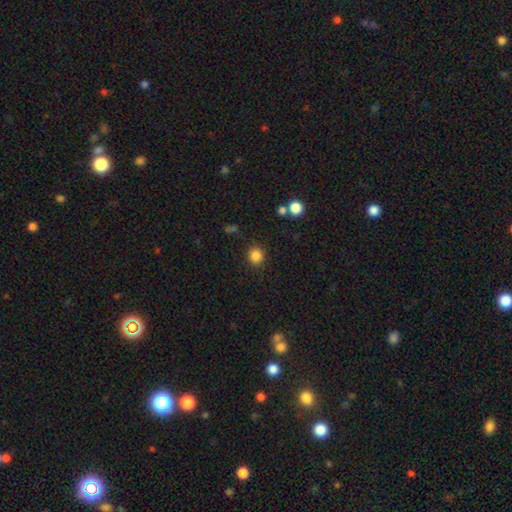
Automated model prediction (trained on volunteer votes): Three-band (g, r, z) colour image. It shows a smooth galaxy with no disk features (85%) that is round (87%). Merging: none (88%).